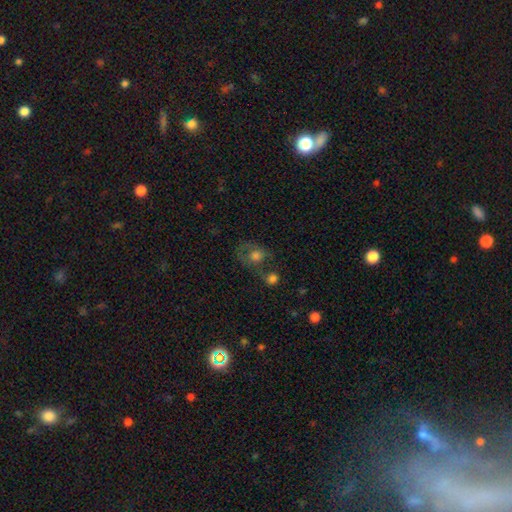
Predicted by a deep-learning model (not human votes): A smooth galaxy with no disk features (59%) that is round (57%). Merging: none (39%).